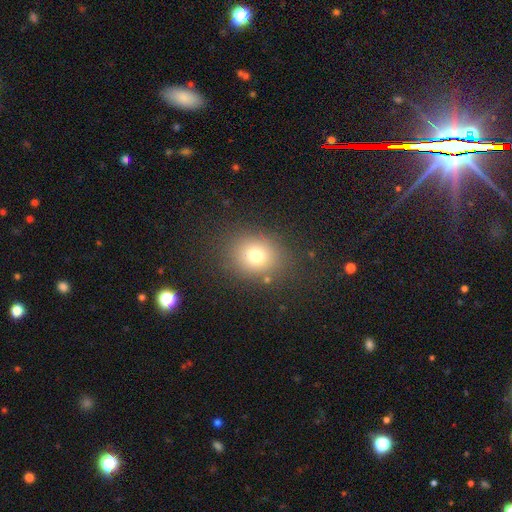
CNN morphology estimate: Smooth or featured?
  - smooth: 75% *
  - star or artifact: 15%
  - featured or disk: 10%
How rounded?
  - round: 68% *
  - in between: 31%
  - cigar-shaped: 1%
Merging?
  - none: 84% *
  - minor disturbance: 9%
  - major disturbance: 5%
  - merger: 2%